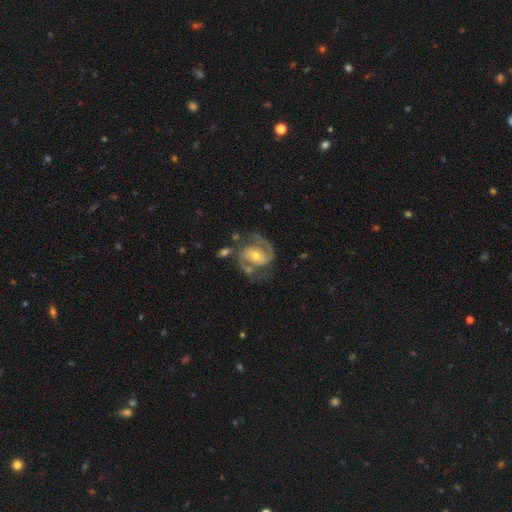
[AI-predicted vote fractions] smooth-or-featured: featured or disk: 89% | smooth: 6% | star or artifact: 5%
  disk-edge-on: no: 98% | yes: 2%
    bar: no: 45% | weak: 36% | strong: 19%
    has-spiral-arms: yes: 96% | no: 4%
      spiral-winding: medium: 55% | tight: 31% | loose: 14%
      spiral-arm-count: 2: 91% | can't tell: 3% | 1: 2% | 3: 2% | 4: 1% | more than 4: 1%
    bulge-size: moderate: 63% | small: 30% | large: 4% | none: 1% | dominant: 1%
  merging: none: 68% | minor disturbance: 16% | major disturbance: 10% | merger: 5%